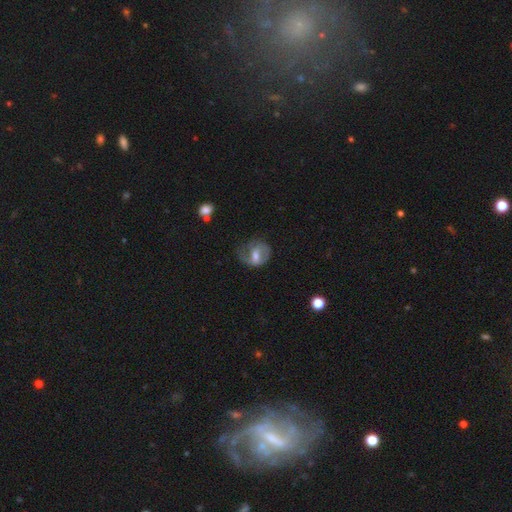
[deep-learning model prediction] Overall: featured or disk (55%; smooth 38%). Edge-on disk: no (96%). Bar: weak (46%; no 32%). Spiral arms: yes (66%; no 34%). Bulge size: moderate (59%; small 30%). Merging: none (43%; minor disturbance 28%).